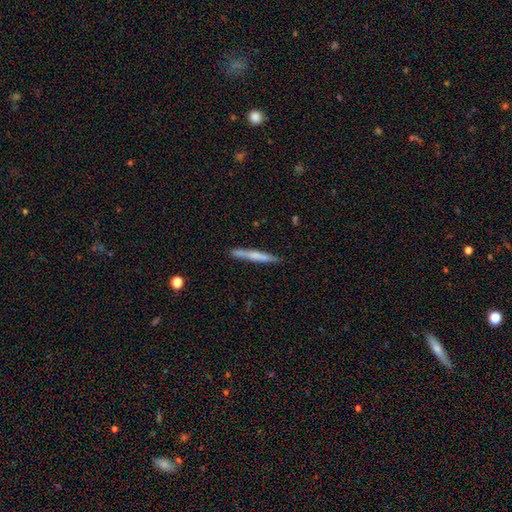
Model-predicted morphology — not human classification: This appears to be a smooth galaxy with no disk features (55%) that is cigar-shaped (96%). Merging: none (86%).